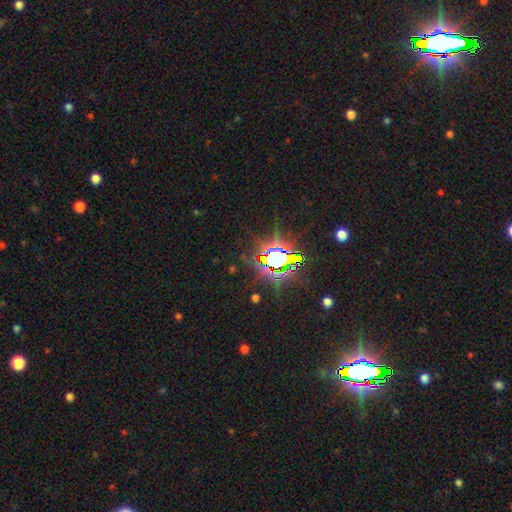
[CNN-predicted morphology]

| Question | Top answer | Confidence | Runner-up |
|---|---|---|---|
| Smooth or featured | star or artifact | 85% | smooth (8%) |